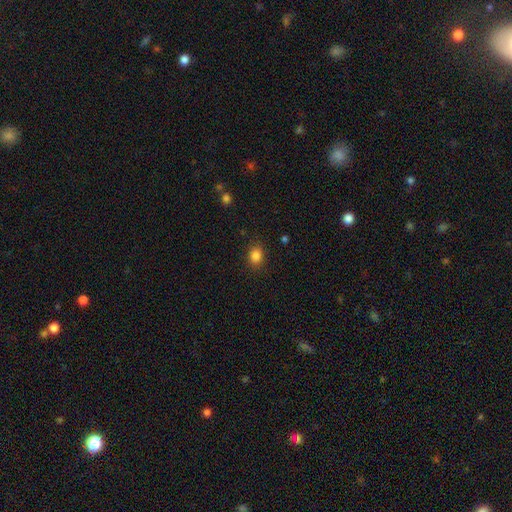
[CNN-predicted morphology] smooth-or-featured: smooth: 84% | star or artifact: 11% | featured or disk: 5%
  how-rounded: in between: 54% | round: 45% | cigar-shaped: 1%
  merging: none: 87% | minor disturbance: 9% | major disturbance: 3% | merger: 1%